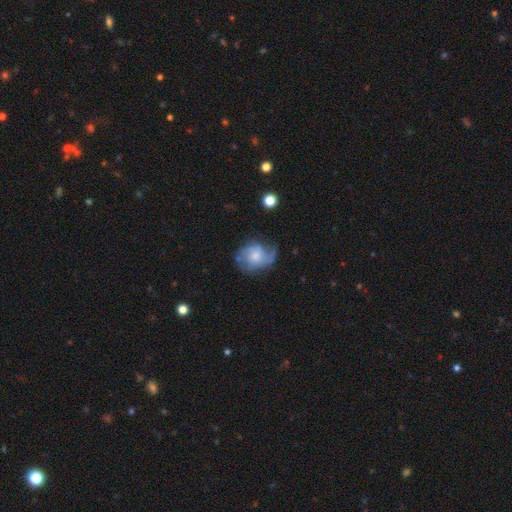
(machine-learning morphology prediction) A featured or disk galaxy (65%) with no bar (73%), 2 (44%) medium (41%) spiral arms (86%) and a moderate central bulge (42%).

Vote fractions:
- Smooth or featured? featured or disk: 65% / smooth: 28% / star or artifact: 7%
- Edge-on disk? no: 97% / yes: 3%
- Bar? no: 73% / weak: 24% / strong: 3%
- Spiral arms? yes: 86% / no: 14%
- Spiral winding? medium: 41% / loose: 36% / tight: 22%
- Spiral arm count? 2: 44% / can't tell: 20% / 1: 18% / 3: 12% / 4: 3% / more than 4: 3%
- Bulge size? moderate: 42% / small: 41% / none: 8% / large: 7% / dominant: 2%
- Merging? none: 49% / minor disturbance: 27% / major disturbance: 21% / merger: 3%